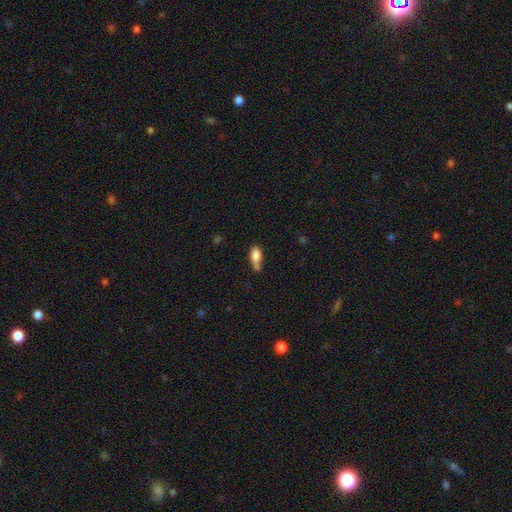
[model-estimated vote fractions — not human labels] Smooth or featured? Predicted: smooth (p=0.80). How rounded? Predicted: in between (p=0.81). Merging? Predicted: none (p=0.38).